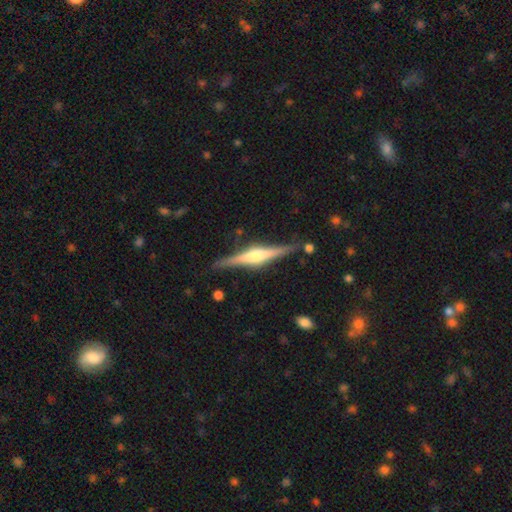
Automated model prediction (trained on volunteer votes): This appears to be a featured or disk galaxy (79%) viewed edge-on (98%) with a rounded central bulge (82%). Merging: none (85%).